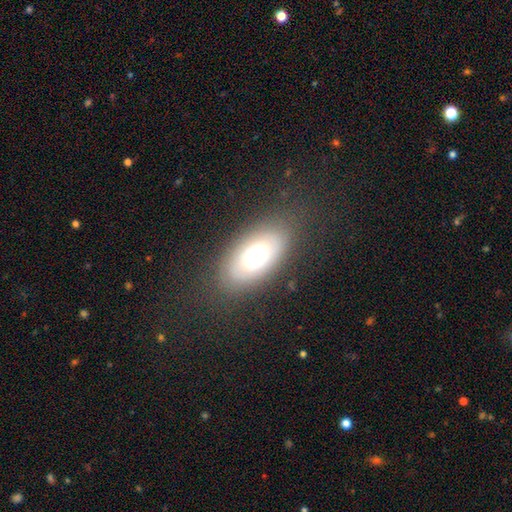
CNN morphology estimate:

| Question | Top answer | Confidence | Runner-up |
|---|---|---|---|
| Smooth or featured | smooth | 62% | featured or disk (29%) |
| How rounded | in between | 91% | round (5%) |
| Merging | none | 79% | minor disturbance (13%) |